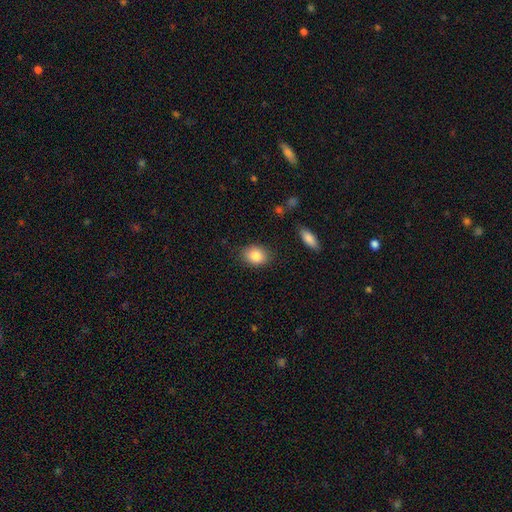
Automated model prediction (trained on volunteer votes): Q: Smooth or featured?
A: smooth (84%); runner-up: star or artifact (8%)
Q: How rounded?
A: in between (59%); runner-up: round (40%)
Q: Merging?
A: none (85%); runner-up: minor disturbance (11%)